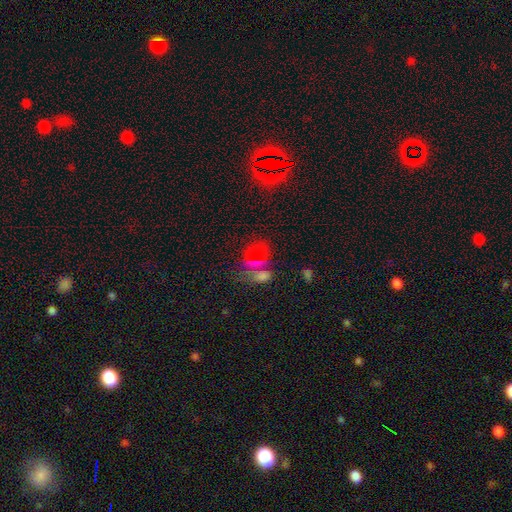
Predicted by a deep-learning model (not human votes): A smooth galaxy with no disk features (59%) that is in between round and cigar-shaped (58%). Merging: none (53%).